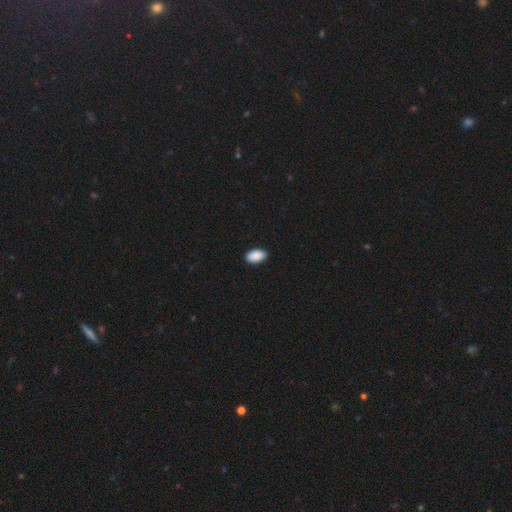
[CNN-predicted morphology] Smooth or featured? Predicted: smooth (p=0.91). How rounded? Predicted: in between (p=0.95). Merging? Predicted: none (p=0.90).